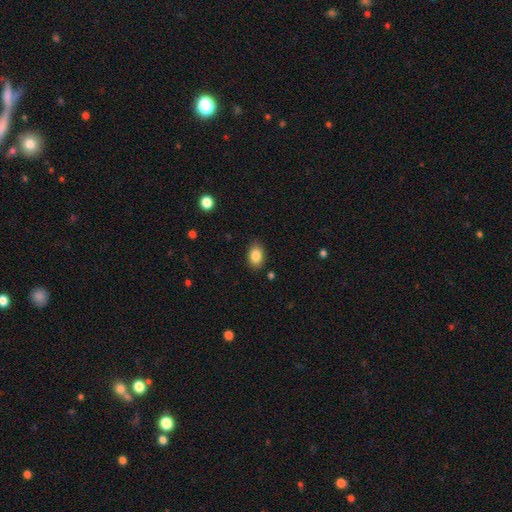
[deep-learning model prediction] Smooth or featured? Predicted: smooth (p=0.86). How rounded? Predicted: in between (p=0.82). Merging? Predicted: none (p=0.86).